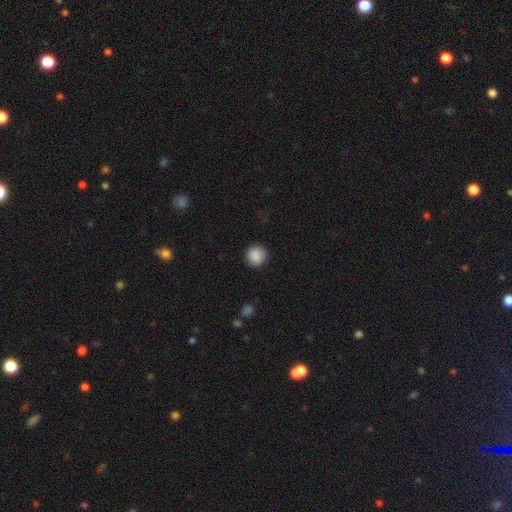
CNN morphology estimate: This is clearly a smooth galaxy (88%). How rounded: clearly round (93%). Merging: clearly none (89%).